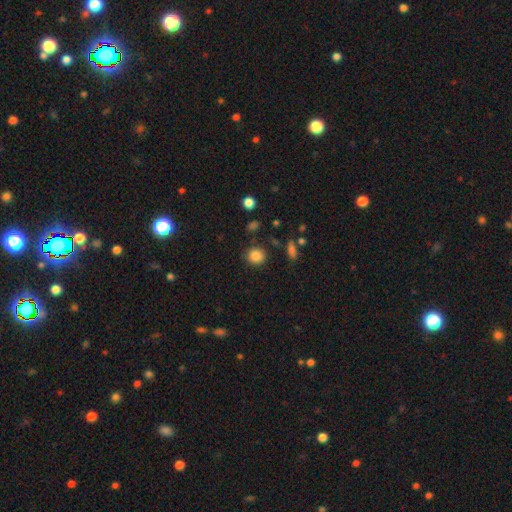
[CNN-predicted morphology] A smooth galaxy with no disk features (85%) that is round (86%). Merging: none (85%).